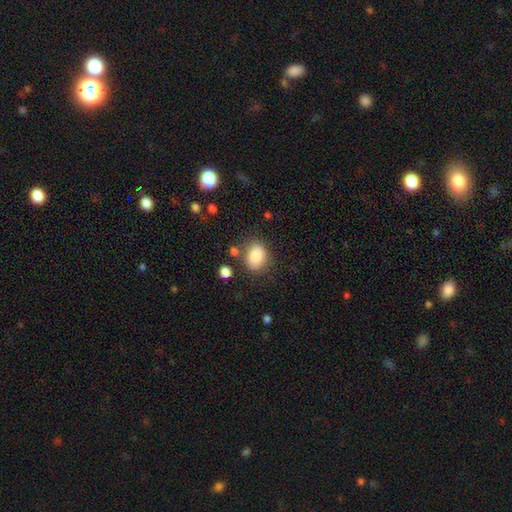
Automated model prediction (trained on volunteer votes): smooth 85%, star or artifact 8%, featured or disk 7%. Down the decision tree: how rounded — in between (62%); merging — none (75%).